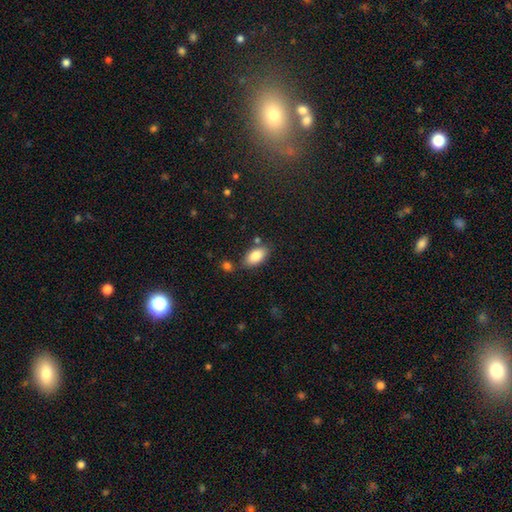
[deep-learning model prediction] Smooth or featured? smooth (84%)
How rounded? in between (93%)
Merging? none (76%)